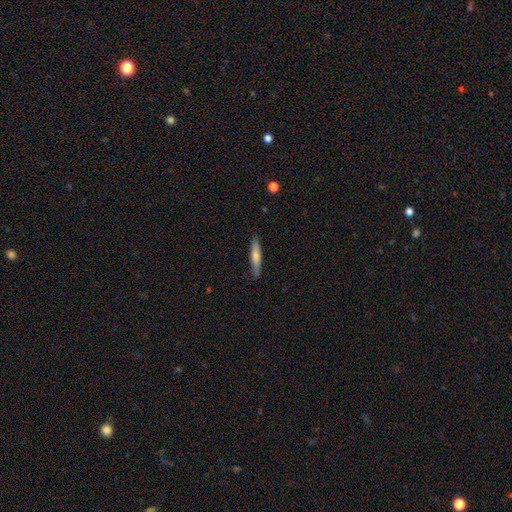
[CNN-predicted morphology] This appears to be a smooth galaxy with no disk features (67%) that is cigar-shaped (89%). Merging: none (85%).